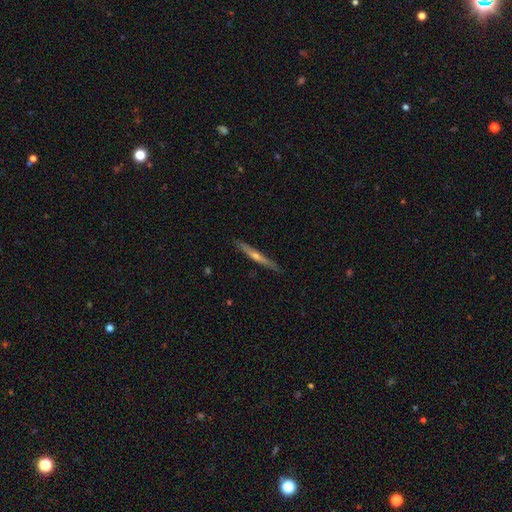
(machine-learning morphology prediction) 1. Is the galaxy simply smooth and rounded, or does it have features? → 73% featured or disk, 21% smooth, 6% star or artifact.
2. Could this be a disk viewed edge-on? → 97% yes, 3% no.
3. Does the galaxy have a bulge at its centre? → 79% rounded, 16% none, 5% boxy.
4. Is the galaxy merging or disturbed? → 90% none, 7% minor disturbance, 1% major disturbance, 1% merger.